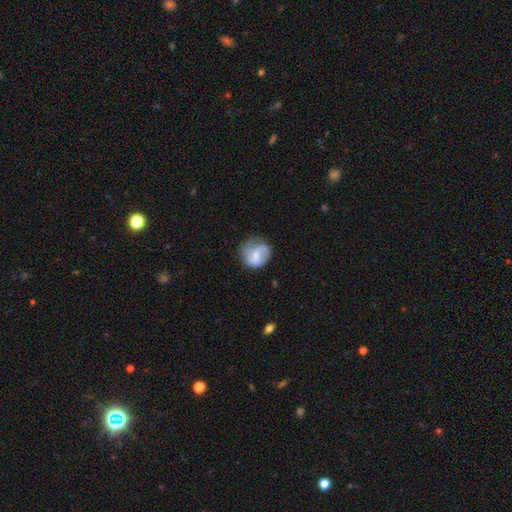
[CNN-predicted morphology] smooth_or_featured: featured or disk (p=0.58) [alt: smooth p=0.36]
disk_edge_on: no (p=0.98) [alt: yes p=0.02]
bar: weak (p=0.50) [alt: no p=0.34]
has_spiral_arms: yes (p=0.83) [alt: no p=0.17]
bulge_size: small (p=0.39) [alt: moderate p=0.31]
merging: none (p=0.59) [alt: minor disturbance p=0.25]